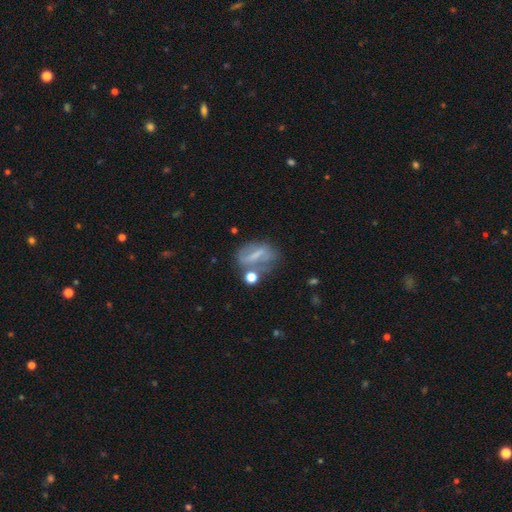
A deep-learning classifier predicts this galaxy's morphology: Smooth or featured? Predicted: featured or disk (p=0.45). Merging? Predicted: none (p=0.44).